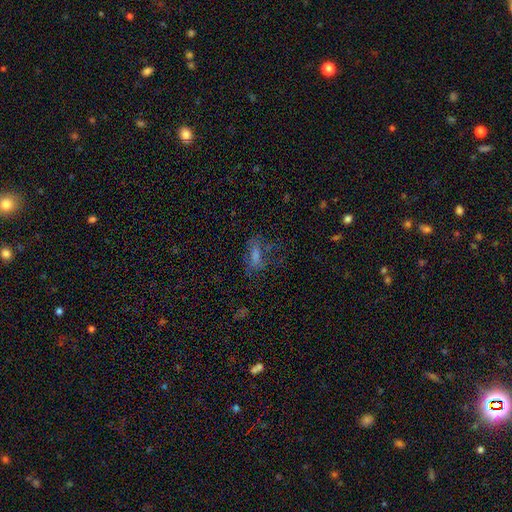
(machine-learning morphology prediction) Smooth or featured?
  - smooth: 44% *
  - star or artifact: 29%
  - featured or disk: 26%
Merging?
  - none: 52% *
  - major disturbance: 24%
  - minor disturbance: 21%
  - merger: 3%